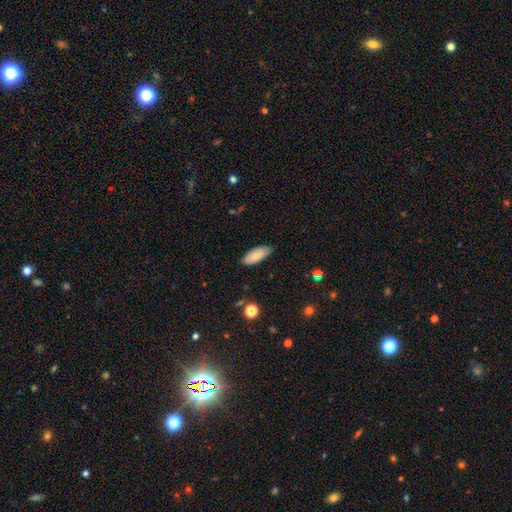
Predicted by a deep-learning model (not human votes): A smooth galaxy with no disk features (76%) that is in between round and cigar-shaped (85%). Merging: none (81%).